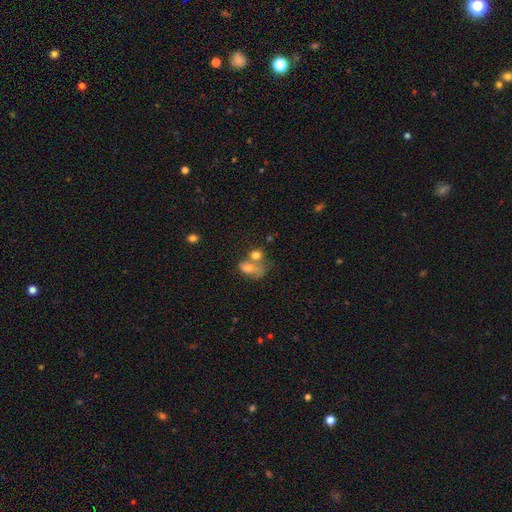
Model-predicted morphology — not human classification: Smooth or featured: smooth — 72% (featured or disk — 16%)
How rounded: in between — 58% (round — 40%)
Merging: merger — 51% (none — 28%)